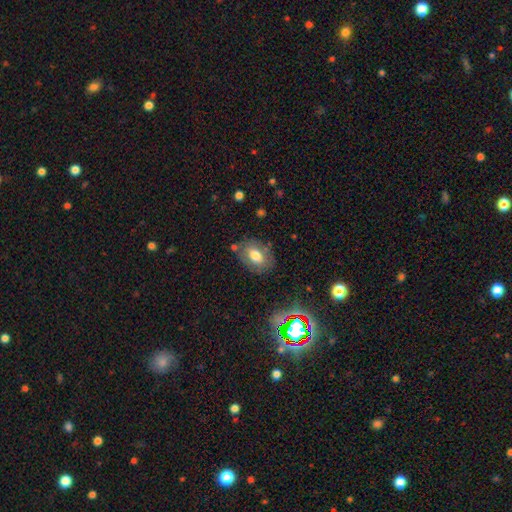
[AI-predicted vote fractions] Overall: smooth (69%). How rounded: in between (77%). Merging: none (73%).